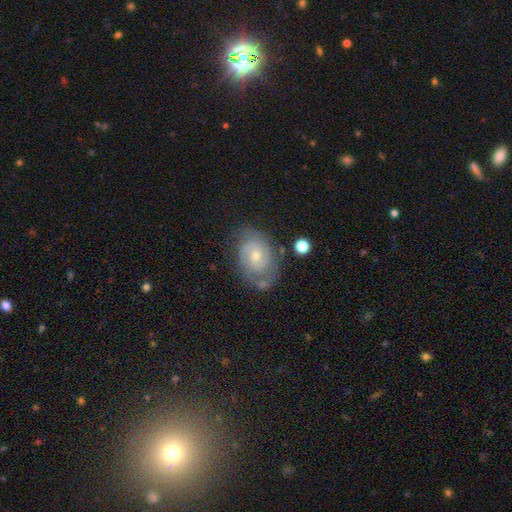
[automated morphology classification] A featured or disk galaxy (75%) with no bar (70%), 2 (57%) tight (61%) spiral arms (89%) and a small central bulge (55%). Merging: none (66%).